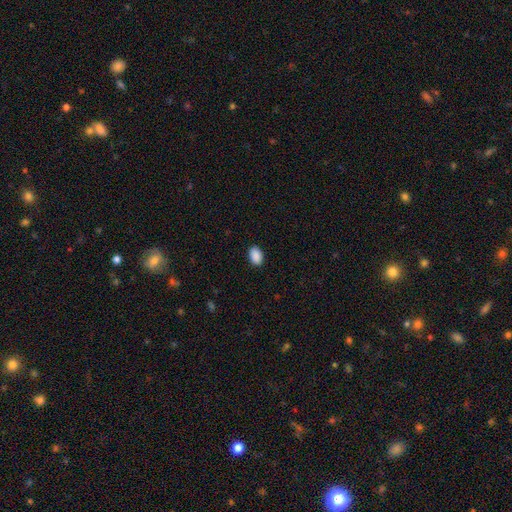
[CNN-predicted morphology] The model was most divided on "how rounded": in between: 87%, round: 12%, cigar-shaped: 1%. More confident: smooth or featured — smooth (91%); merging — none (90%).